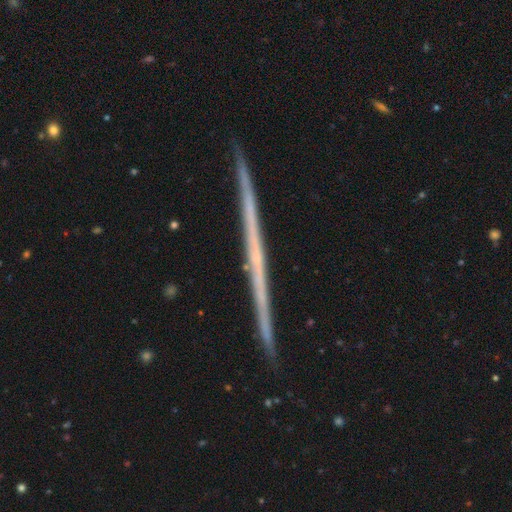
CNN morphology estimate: Smooth or featured? featured or disk (71%)
Edge-on disk? yes (98%)
Edge-on bulge? none (86%)
Merging? none (91%)